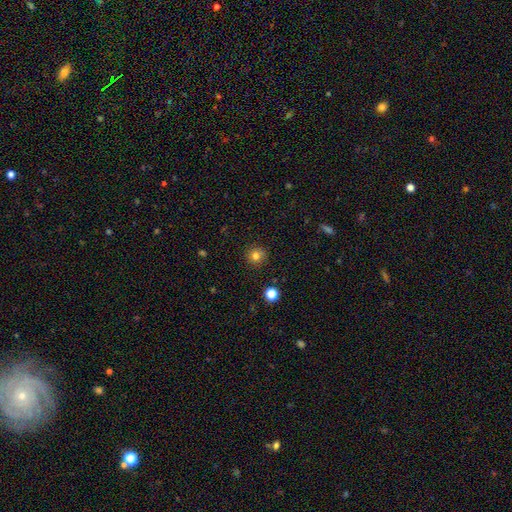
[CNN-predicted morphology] This appears to be a smooth galaxy with no disk features (80%) that is round (94%). Merging: none (91%).